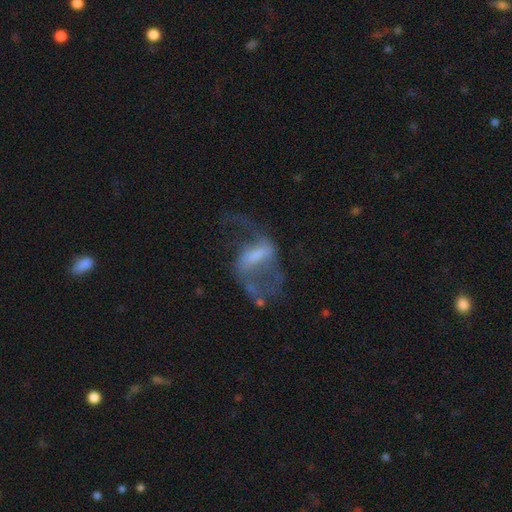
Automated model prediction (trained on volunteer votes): Smooth or featured? Predicted: featured or disk (p=0.74). Edge-on disk? Predicted: no (p=0.96). Bar? Predicted: weak (p=0.41). Spiral arms? Predicted: yes (p=0.74). Spiral winding? Predicted: loose (p=0.74). Spiral arm count? Predicted: 2 (p=0.80). Bulge size? Predicted: none (p=0.35). Merging? Predicted: major disturbance (p=0.45).